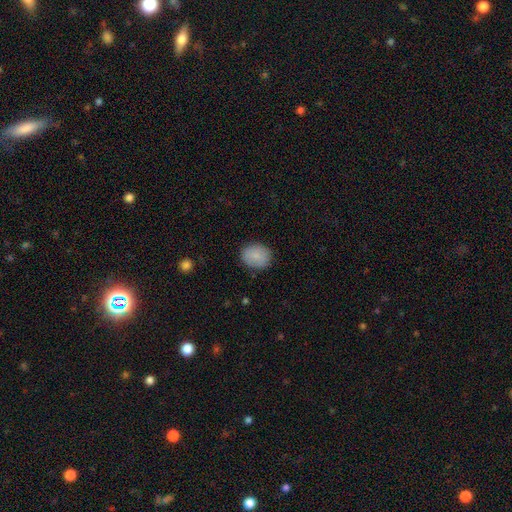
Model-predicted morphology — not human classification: type=smooth (85%); roundness=round (58%); merging=none (85%).